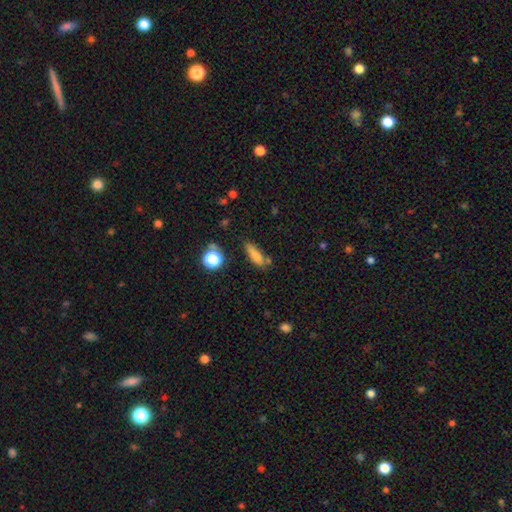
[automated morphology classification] Smooth or featured: smooth — 75% (featured or disk — 13%)
How rounded: cigar-shaped — 53% (in between — 41%)
Merging: none — 67% (minor disturbance — 18%)